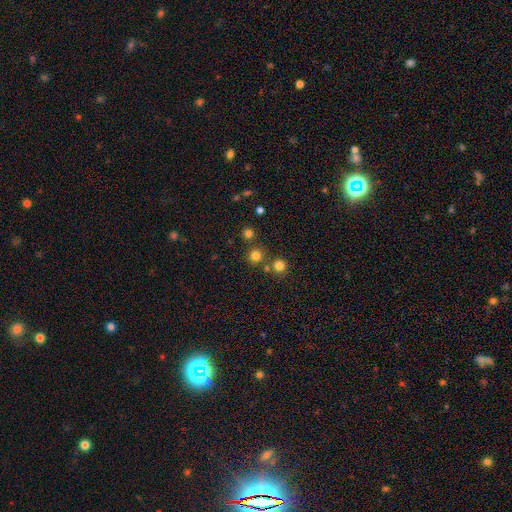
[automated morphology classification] Q: Smooth or featured?
A: smooth (76%); runner-up: star or artifact (18%)
Q: How rounded?
A: round (93%); runner-up: in between (6%)
Q: Merging?
A: none (77%); runner-up: merger (14%)